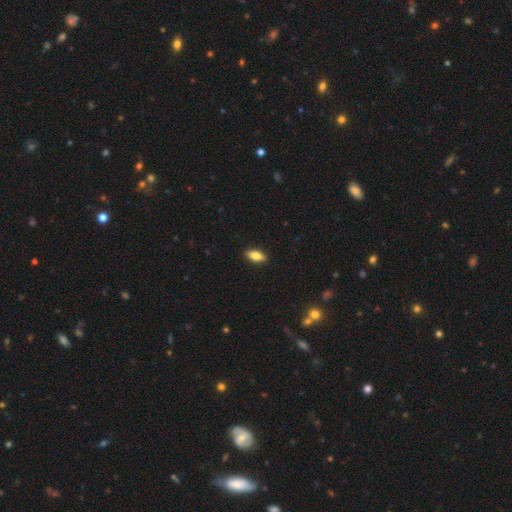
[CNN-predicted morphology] This appears to be a smooth galaxy with no disk features (79%) that is in between round and cigar-shaped (84%). Merging: none (90%).